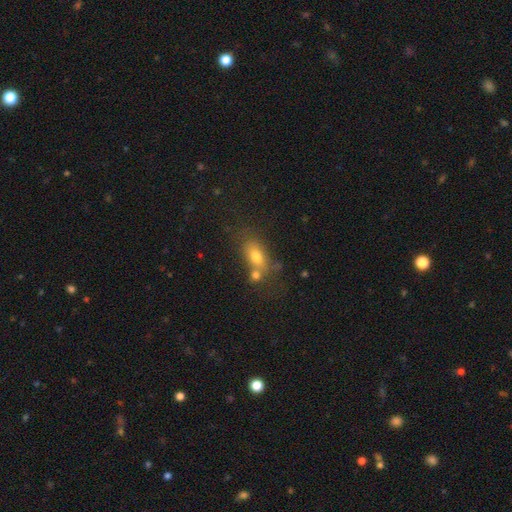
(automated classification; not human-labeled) Morphology: type=smooth (66%); roundness=in between (72%); merging=none (51%).